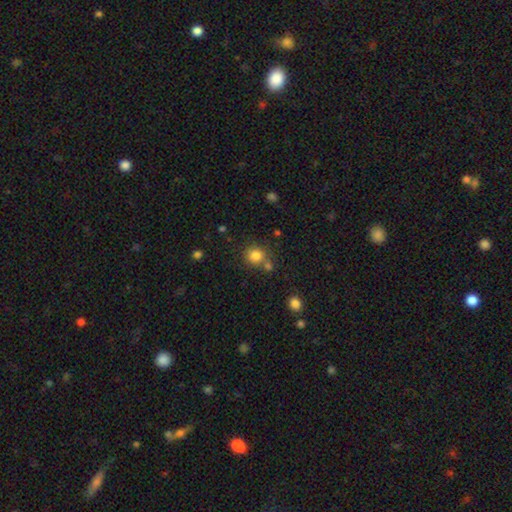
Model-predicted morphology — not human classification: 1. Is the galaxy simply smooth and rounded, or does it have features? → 82% smooth, 12% star or artifact, 6% featured or disk.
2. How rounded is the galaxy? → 86% round, 13% in between, 1% cigar-shaped.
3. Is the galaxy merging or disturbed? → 67% none, 20% merger, 10% minor disturbance, 4% major disturbance.